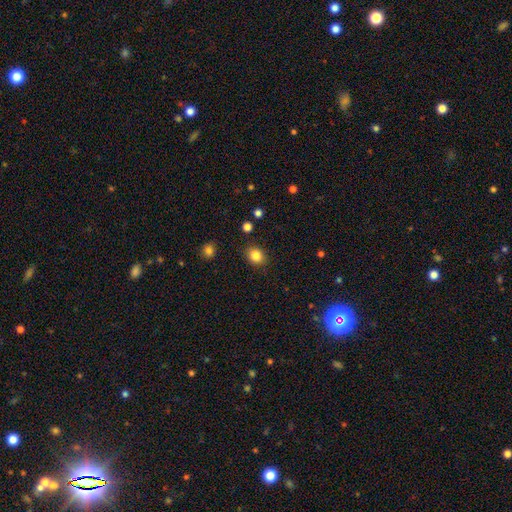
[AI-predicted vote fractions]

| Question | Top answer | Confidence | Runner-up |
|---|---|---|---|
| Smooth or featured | smooth | 84% | star or artifact (11%) |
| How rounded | round | 61% | in between (38%) |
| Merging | none | 87% | minor disturbance (9%) |